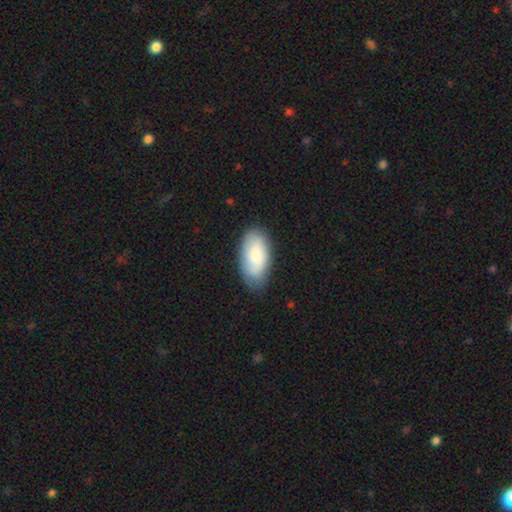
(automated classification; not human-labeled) Q: Smooth or featured?
A: smooth (74%); runner-up: featured or disk (20%)
Q: How rounded?
A: in between (94%); runner-up: cigar-shaped (3%)
Q: Merging?
A: none (74%); runner-up: minor disturbance (20%)